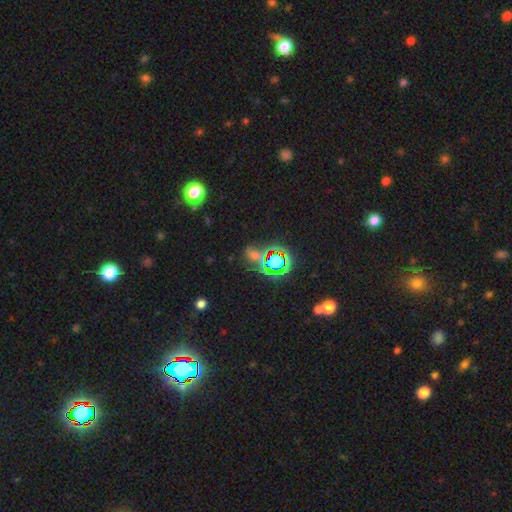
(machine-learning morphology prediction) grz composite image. It shows a star or artifact, not a galaxy (68%).